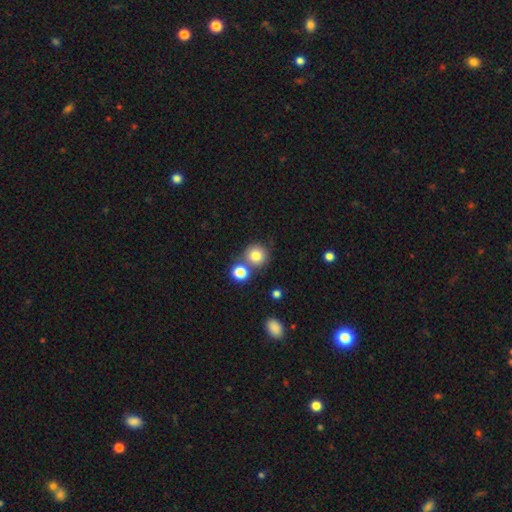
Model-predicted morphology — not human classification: Smooth or featured? Predicted: smooth (p=0.80). How rounded? Predicted: round (p=0.91). Merging? Predicted: none (p=0.64).